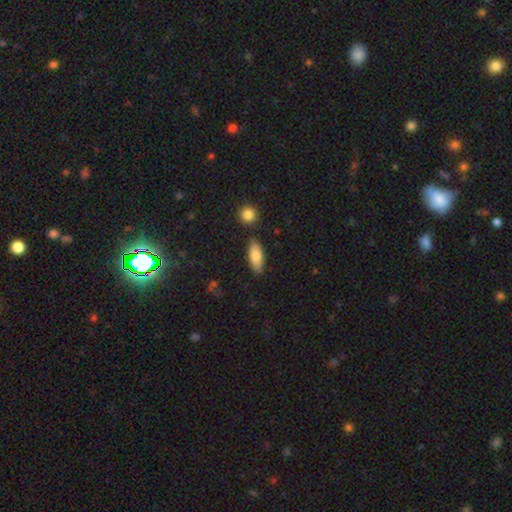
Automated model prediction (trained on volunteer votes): A smooth galaxy with no disk features (79%) that is in between round and cigar-shaped (75%).

Vote fractions:
- Smooth or featured? smooth: 79% / featured or disk: 14% / star or artifact: 6%
- How rounded? in between: 75% / cigar-shaped: 22% / round: 3%
- Merging? none: 82% / minor disturbance: 12% / merger: 4% / major disturbance: 2%